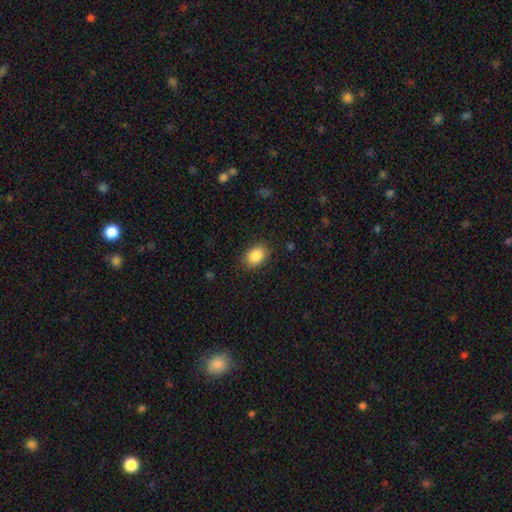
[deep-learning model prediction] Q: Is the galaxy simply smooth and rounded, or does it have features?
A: smooth — 87%.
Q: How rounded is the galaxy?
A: in between — 82%.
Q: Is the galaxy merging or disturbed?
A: none — 86%.